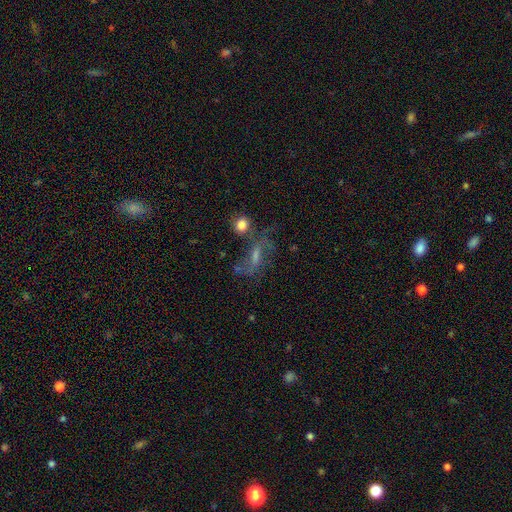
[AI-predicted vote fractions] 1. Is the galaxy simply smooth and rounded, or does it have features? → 61% featured or disk, 21% smooth, 19% star or artifact.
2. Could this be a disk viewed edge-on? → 89% no, 11% yes.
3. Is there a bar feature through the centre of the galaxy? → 48% weak, 31% no, 21% strong.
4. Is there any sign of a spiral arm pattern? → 78% yes, 22% no.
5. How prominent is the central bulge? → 37% moderate, 36% small, 19% none, 6% large, 2% dominant.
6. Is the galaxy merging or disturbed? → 50% none, 21% major disturbance, 18% minor disturbance, 12% merger.